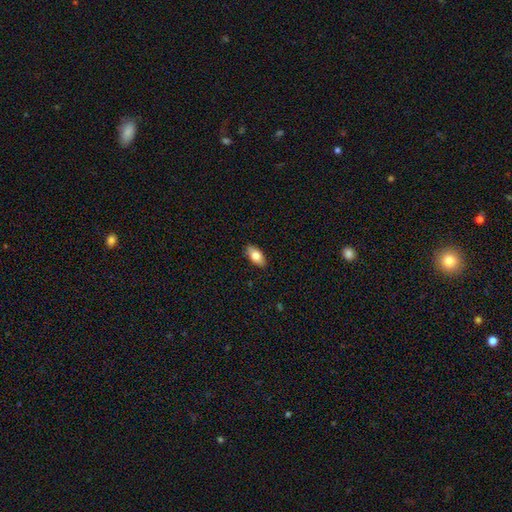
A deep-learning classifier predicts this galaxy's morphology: Overall: smooth (79%). How rounded: in between (90%). Merging: none (88%).